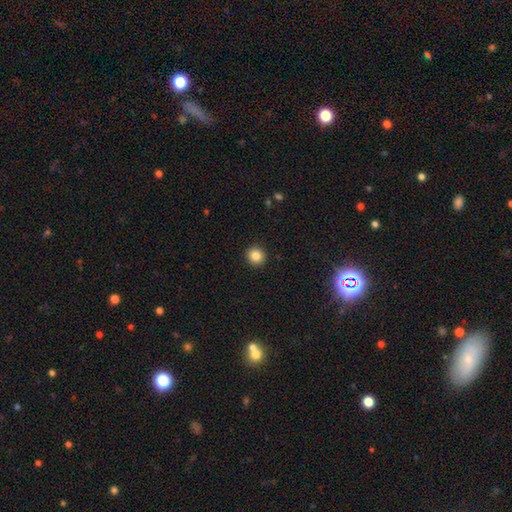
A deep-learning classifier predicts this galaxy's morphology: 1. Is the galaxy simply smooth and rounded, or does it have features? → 84% smooth, 11% star or artifact, 5% featured or disk.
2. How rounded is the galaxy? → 93% round, 6% in between, 1% cigar-shaped.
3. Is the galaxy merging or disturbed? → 93% none, 5% minor disturbance, 2% major disturbance, 1% merger.